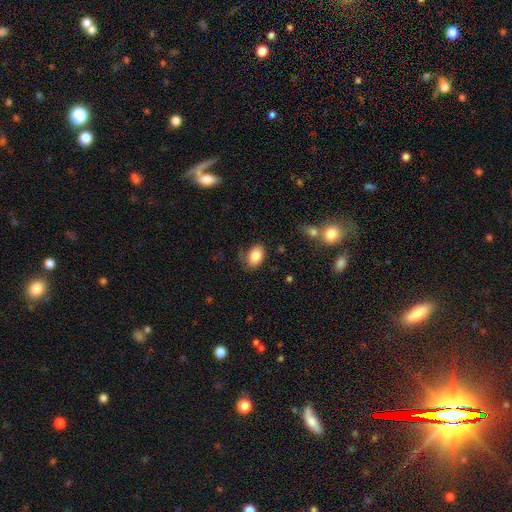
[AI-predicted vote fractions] Morphology: type=smooth (84%); roundness=in between (85%); merging=none (75%).